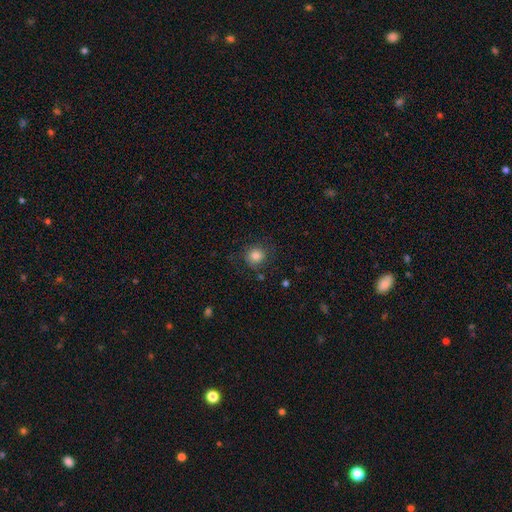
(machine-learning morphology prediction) Smooth or featured? Predicted: smooth (p=0.82). How rounded? Predicted: round (p=0.86). Merging? Predicted: none (p=0.80).